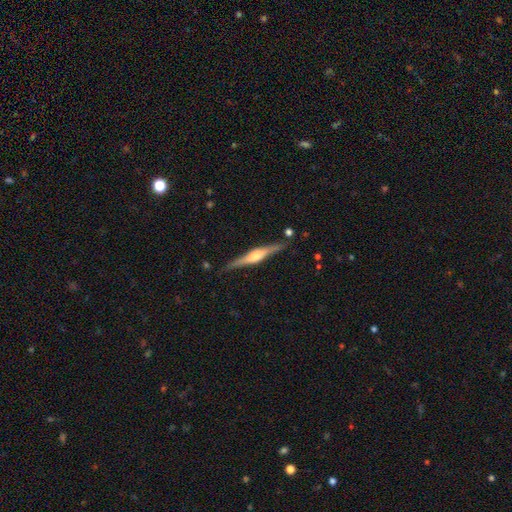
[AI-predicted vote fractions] Overall: featured or disk (77%). Edge-on disk: yes (98%). Edge-on bulge: rounded (82%). Merging: none (86%).